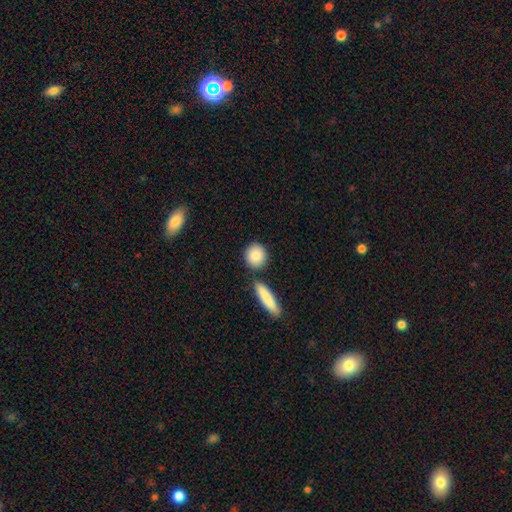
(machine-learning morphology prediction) Overall: smooth (87%). How rounded: round (75%). Merging: none (77%).